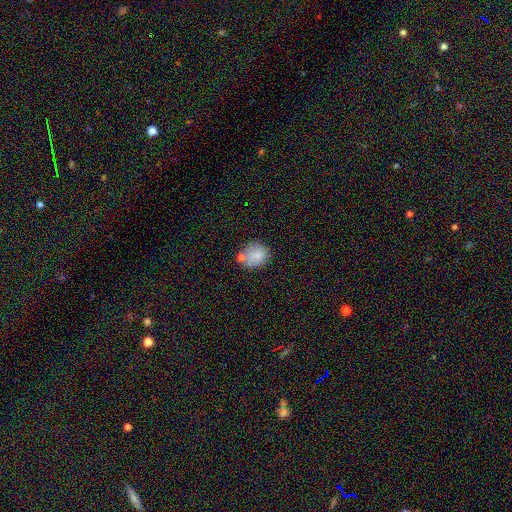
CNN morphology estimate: This appears to be a smooth galaxy with no disk features (74%) that is round (60%). Merging: none (54%).